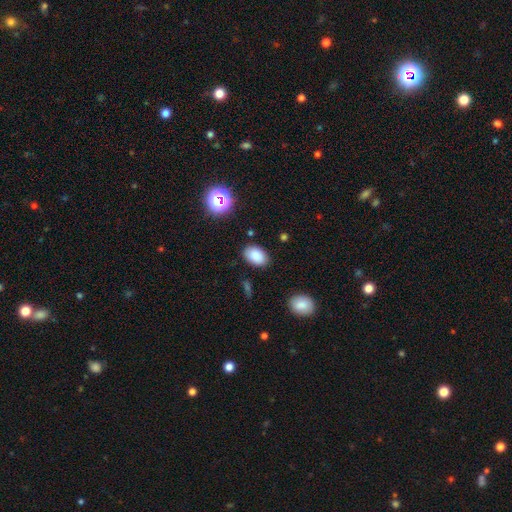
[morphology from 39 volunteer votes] Q: Smooth or featured?
A: smooth (82%); runner-up: star or artifact (10%)
Q: How rounded?
A: in between (94%); runner-up: round (6%)
Q: Merging?
A: none (83%); runner-up: minor disturbance (9%)